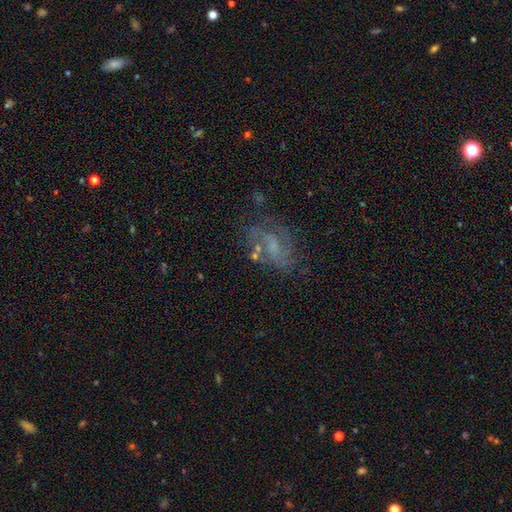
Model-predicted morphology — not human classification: Q: Smooth or featured?
A: featured or disk (72%); runner-up: smooth (17%)
Q: Edge-on disk?
A: no (97%); runner-up: yes (3%)
Q: Bar?
A: no (47%); runner-up: weak (43%)
Q: Spiral arms?
A: yes (81%); runner-up: no (19%)
Q: Spiral winding?
A: medium (49%); runner-up: tight (26%)
Q: Spiral arm count?
A: 2 (58%); runner-up: can't tell (22%)
Q: Bulge size?
A: small (36%); runner-up: none (35%)
Q: Merging?
A: none (54%); runner-up: minor disturbance (21%)